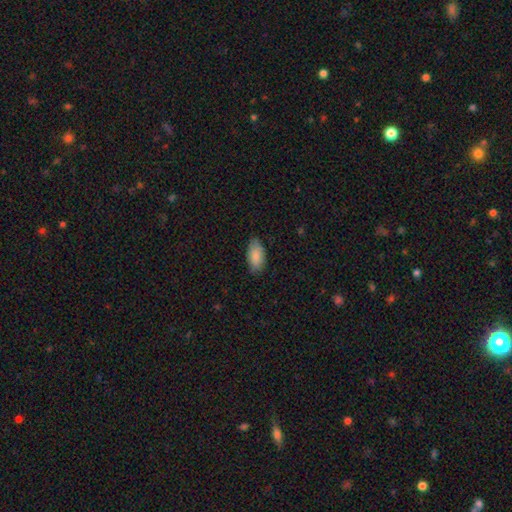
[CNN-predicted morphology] A smooth galaxy with no disk features (85%) that is in between round and cigar-shaped (93%). Merging: none (76%).